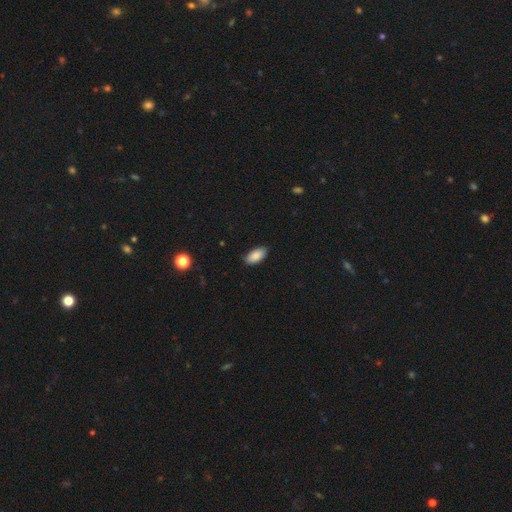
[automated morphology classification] This is clearly a smooth galaxy (88%). How rounded: clearly in between (94%). Merging: clearly none (86%).